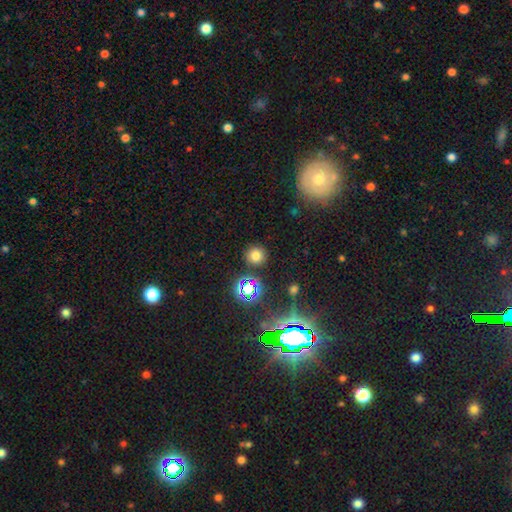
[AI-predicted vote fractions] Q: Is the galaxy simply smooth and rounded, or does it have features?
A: smooth — 70%.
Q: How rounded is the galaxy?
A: round — 90%.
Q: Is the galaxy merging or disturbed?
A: none — 87%.